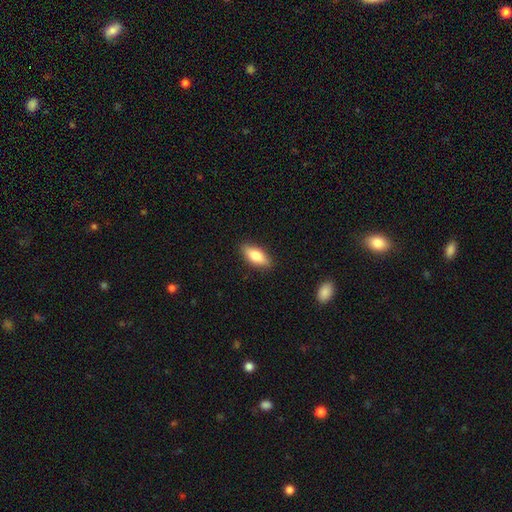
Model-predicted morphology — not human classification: This is likely a smooth galaxy (78%). How rounded: likely in between (78%). Merging: clearly none (88%).